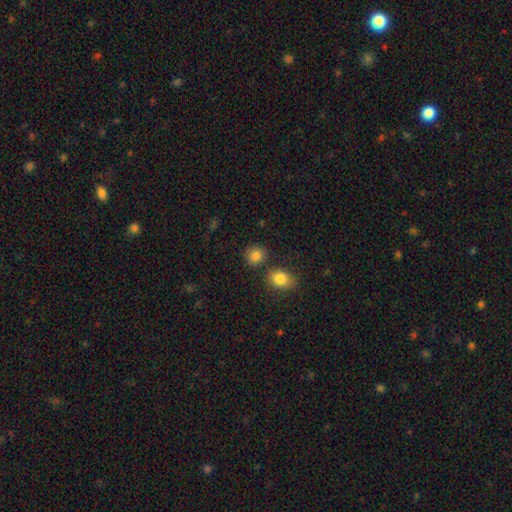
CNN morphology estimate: A smooth galaxy with no disk features (85%) that is round (79%). Merging: none (77%).